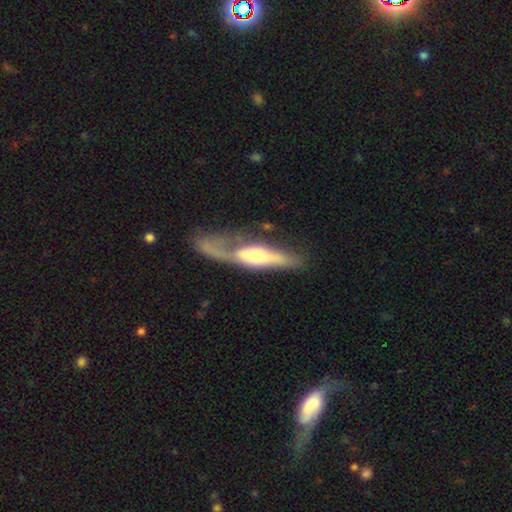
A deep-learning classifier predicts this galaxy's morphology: smooth-or-featured: featured or disk: 59% | smooth: 35% | star or artifact: 6%
  disk-edge-on: yes: 59% | no: 41%
  merging: major disturbance: 36% | none: 32% | minor disturbance: 22% | merger: 11%